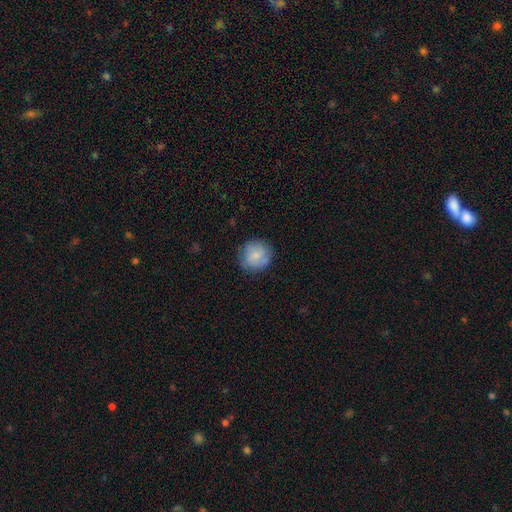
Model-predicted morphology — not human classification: Q: Smooth or featured?
A: smooth (75%); runner-up: featured or disk (18%)
Q: How rounded?
A: round (91%); runner-up: in between (8%)
Q: Merging?
A: none (80%); runner-up: minor disturbance (15%)